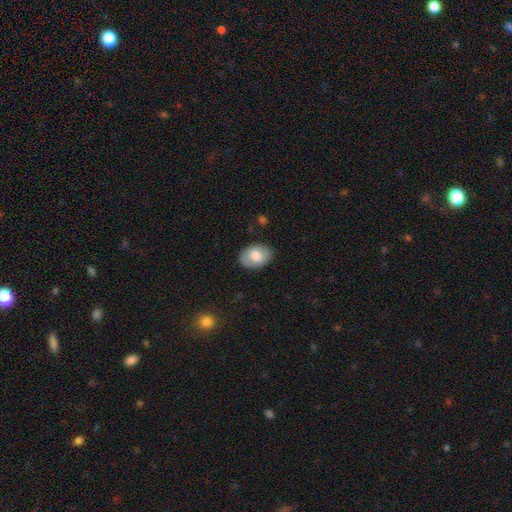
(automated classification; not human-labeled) smooth_or_featured: smooth (p=0.70) [alt: featured or disk p=0.23]
how_rounded: in between (p=0.81) [alt: round p=0.18]
merging: none (p=0.85) [alt: minor disturbance p=0.11]